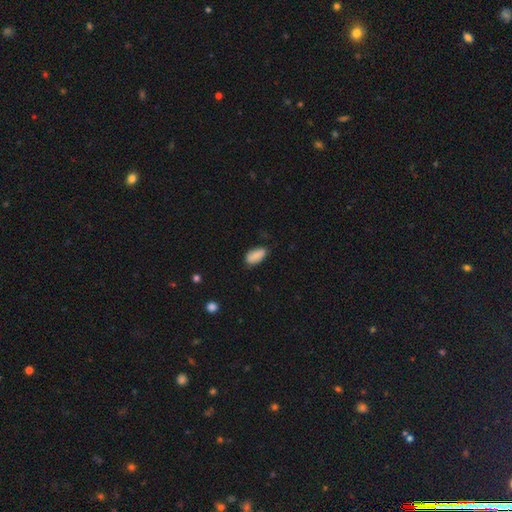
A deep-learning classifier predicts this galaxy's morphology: This is clearly a smooth galaxy (81%). How rounded: clearly in between (92%). Merging: likely none (72%).